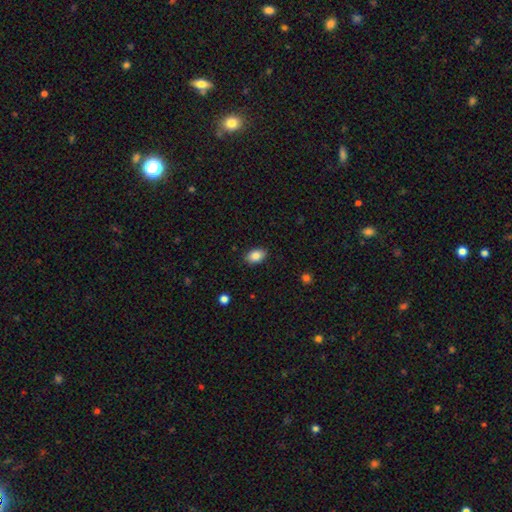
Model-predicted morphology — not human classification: Overall: smooth (85%). How rounded: in between (88%). Merging: none (88%).